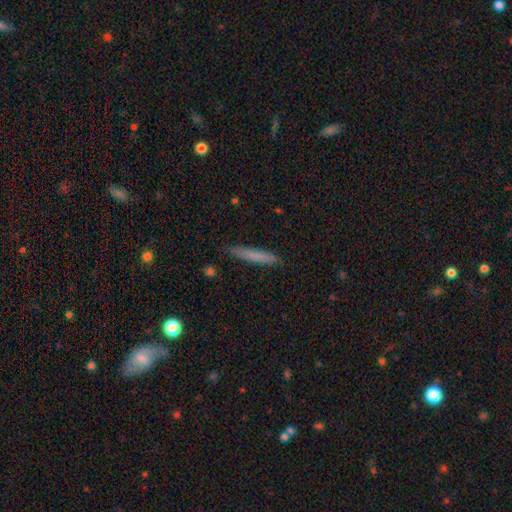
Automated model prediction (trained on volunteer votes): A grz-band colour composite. It shows a smooth galaxy with no disk features (75%) that is cigar-shaped (94%). Merging: none (87%).